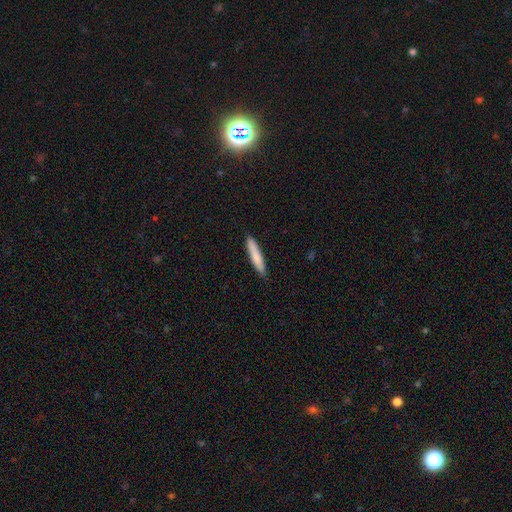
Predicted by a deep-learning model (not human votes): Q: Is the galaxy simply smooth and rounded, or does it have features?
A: smooth — 81%.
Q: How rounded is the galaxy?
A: cigar-shaped — 90%.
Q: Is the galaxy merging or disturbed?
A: none — 88%.